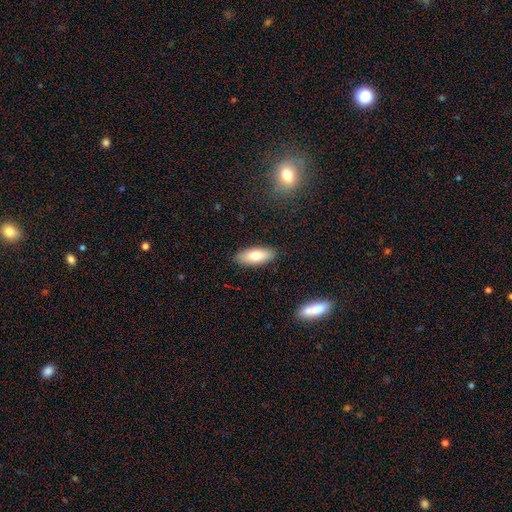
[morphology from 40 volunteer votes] type=smooth (75%); roundness=in between (80%); merging=none (77%).